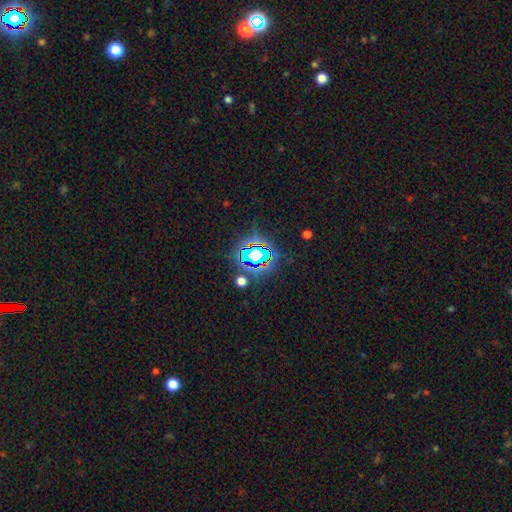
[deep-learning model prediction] A star or artifact, not a galaxy (71%).

Vote fractions:
- Smooth or featured? star or artifact: 71% / smooth: 17% / featured or disk: 12%